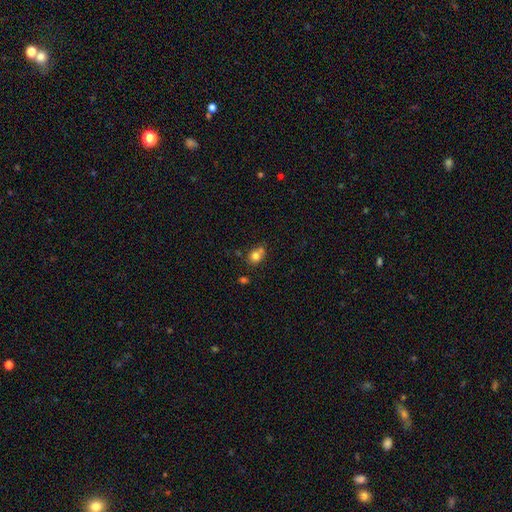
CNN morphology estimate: A smooth galaxy with no disk features (78%) that is round (56%). Merging: none (52%).